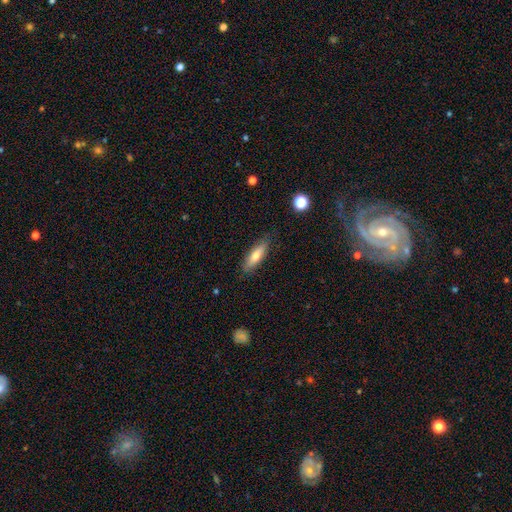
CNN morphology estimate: Overall: smooth (68%). How rounded: cigar-shaped (56%; in between 41%). Merging: none (84%).